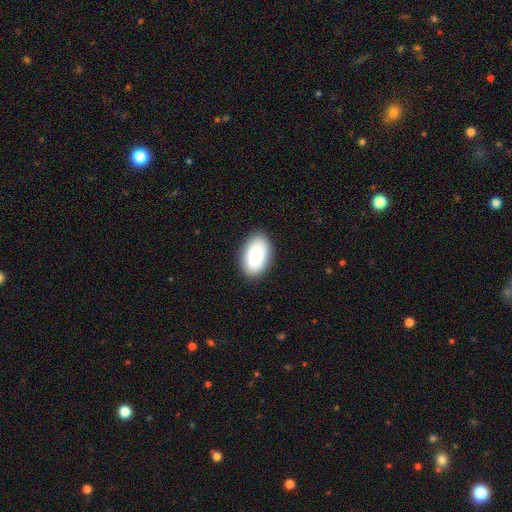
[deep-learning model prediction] smooth-or-featured: smooth: 82% | featured or disk: 11% | star or artifact: 7%
  how-rounded: in between: 92% | round: 6% | cigar-shaped: 1%
  merging: none: 87% | minor disturbance: 9% | major disturbance: 2% | merger: 1%